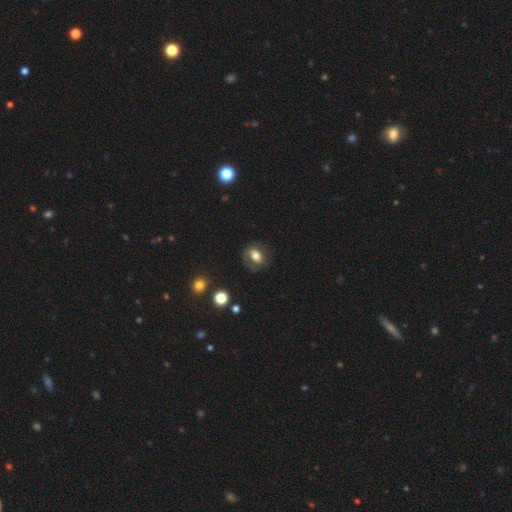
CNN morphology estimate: Q: Smooth or featured?
A: smooth (60%); runner-up: featured or disk (30%)
Q: How rounded?
A: in between (58%); runner-up: round (41%)
Q: Merging?
A: none (70%); runner-up: minor disturbance (18%)